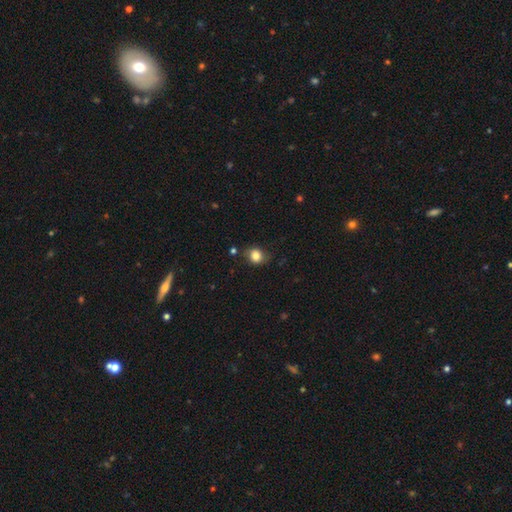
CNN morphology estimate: Q: Smooth or featured?
A: smooth (82%); runner-up: star or artifact (10%)
Q: How rounded?
A: round (63%); runner-up: in between (36%)
Q: Merging?
A: none (74%); runner-up: minor disturbance (18%)